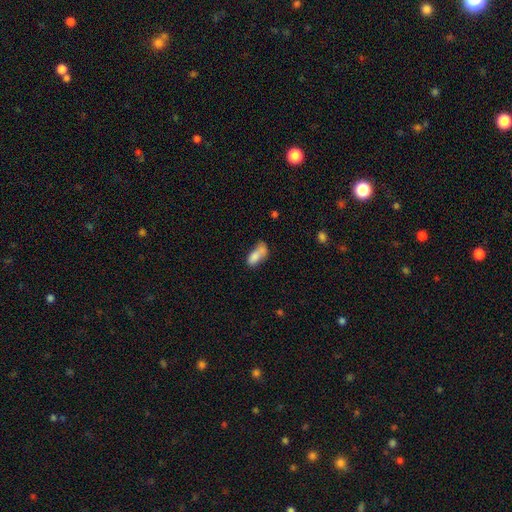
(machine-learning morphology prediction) Smooth or featured? smooth (78%)
How rounded? in between (84%)
Merging? merger (33%)